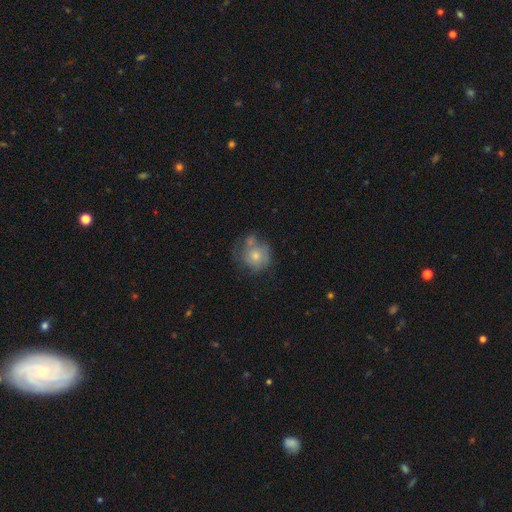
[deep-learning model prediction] smooth-or-featured: smooth: 63% | featured or disk: 28% | star or artifact: 9%
  how-rounded: round: 83% | in between: 16% | cigar-shaped: 1%
  merging: none: 45% | minor disturbance: 24% | merger: 17% | major disturbance: 13%